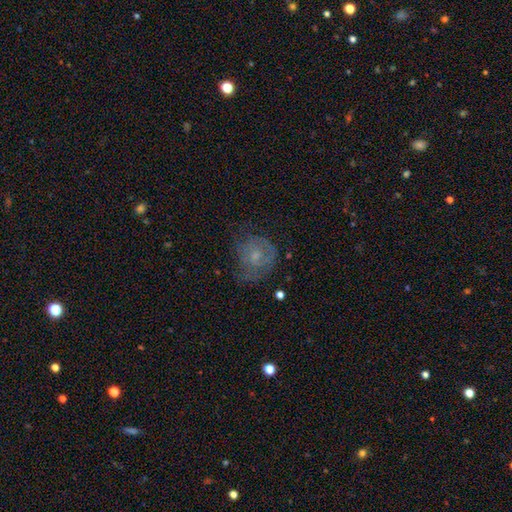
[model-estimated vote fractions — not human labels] The model was most divided on "smooth or featured": smooth: 46%, featured or disk: 43%, star or artifact: 11%. Remaining: merging — none (48%).